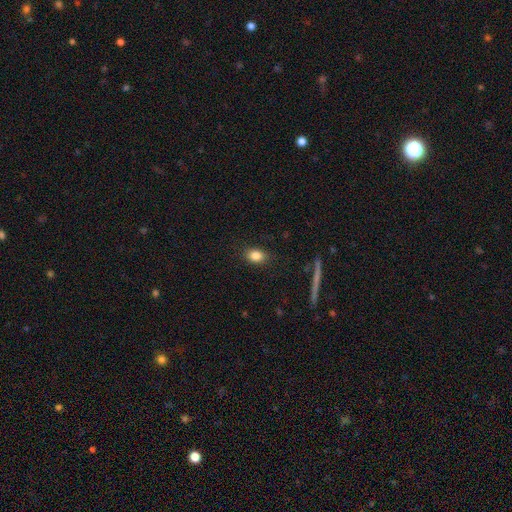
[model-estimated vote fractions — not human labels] smooth-or-featured: smooth: 84% | star or artifact: 9% | featured or disk: 6%
  how-rounded: in between: 73% | round: 25% | cigar-shaped: 2%
  merging: none: 86% | minor disturbance: 10% | major disturbance: 3% | merger: 1%